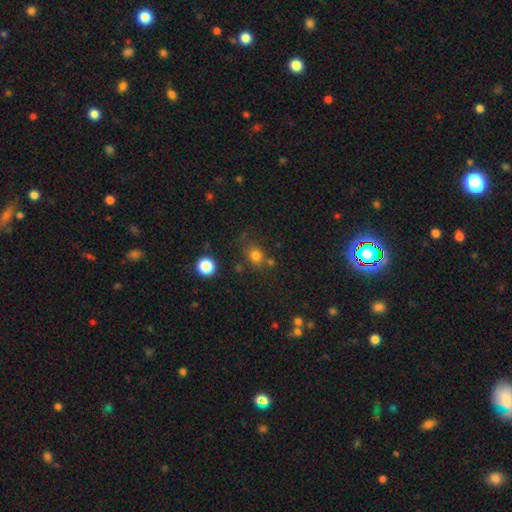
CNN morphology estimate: Q: Smooth or featured?
A: smooth (77%); runner-up: star or artifact (15%)
Q: How rounded?
A: round (67%); runner-up: in between (32%)
Q: Merging?
A: none (64%); runner-up: minor disturbance (18%)